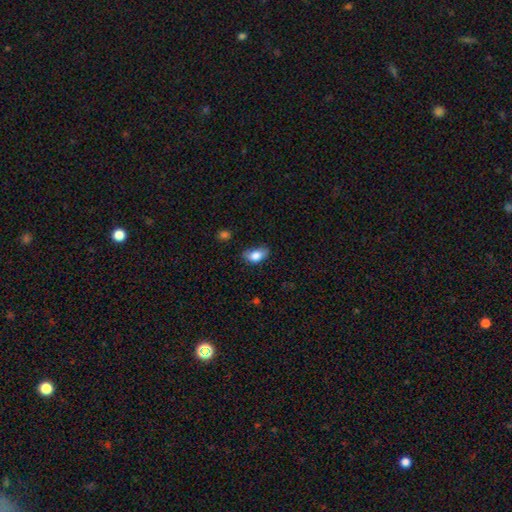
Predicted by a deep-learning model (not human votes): Morphology: type=smooth (82%); roundness=in between (88%); merging=none (52%).